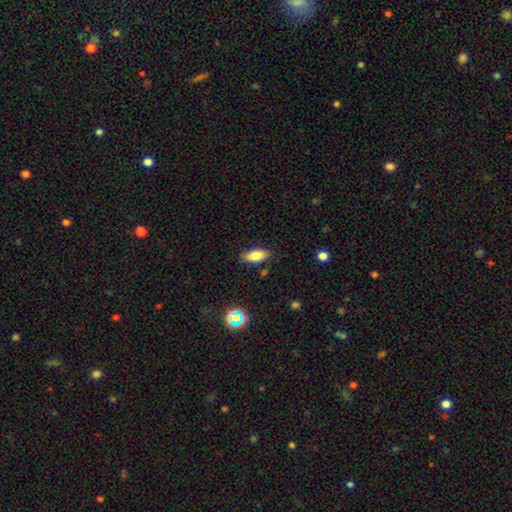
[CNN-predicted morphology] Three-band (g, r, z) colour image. It shows a smooth galaxy with no disk features (81%) that is in between round and cigar-shaped (81%). Merging: none (85%).